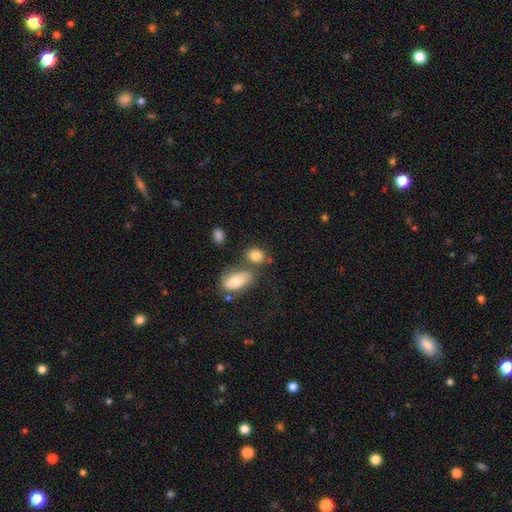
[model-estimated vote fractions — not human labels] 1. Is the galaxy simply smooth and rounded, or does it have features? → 82% smooth, 9% featured or disk, 9% star or artifact.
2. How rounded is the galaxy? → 58% in between, 39% round, 3% cigar-shaped.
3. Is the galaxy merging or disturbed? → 57% none, 24% merger, 13% minor disturbance, 5% major disturbance.